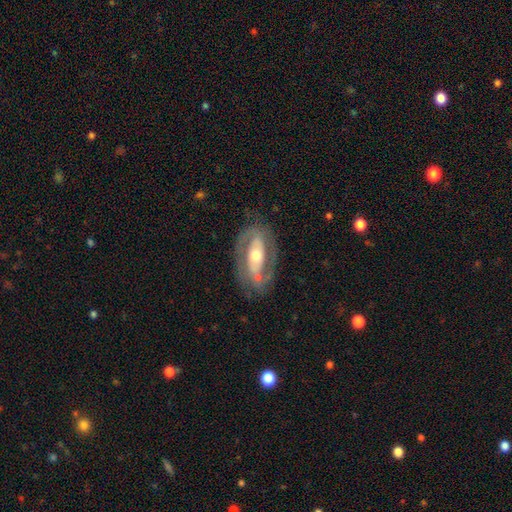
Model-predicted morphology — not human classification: A featured or disk galaxy (74%) with no bar (41%), spiral arms (59%) and a moderate central bulge (68%).

Vote fractions:
- Smooth or featured? featured or disk: 74% / smooth: 21% / star or artifact: 5%
- Edge-on disk? no: 90% / yes: 10%
- Bar? no: 41% / strong: 34% / weak: 25%
- Spiral arms? yes: 59% / no: 41%
- Bulge size? moderate: 68% / small: 16% / large: 14% / dominant: 1% / none: 1%
- Merging? none: 73% / minor disturbance: 16% / major disturbance: 9% / merger: 2%